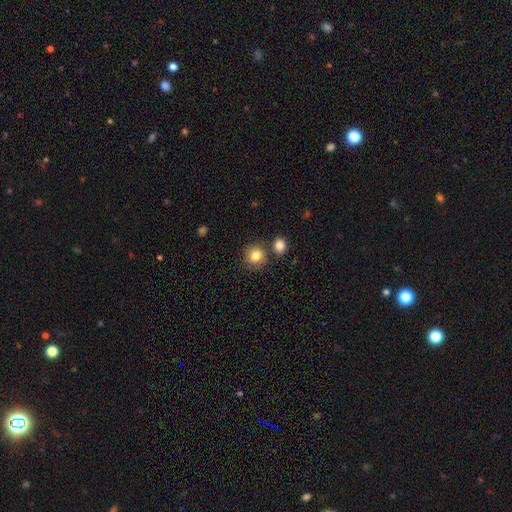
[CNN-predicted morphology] Q: Smooth or featured?
A: smooth (84%); runner-up: star or artifact (10%)
Q: How rounded?
A: round (86%); runner-up: in between (14%)
Q: Merging?
A: none (77%); runner-up: merger (11%)